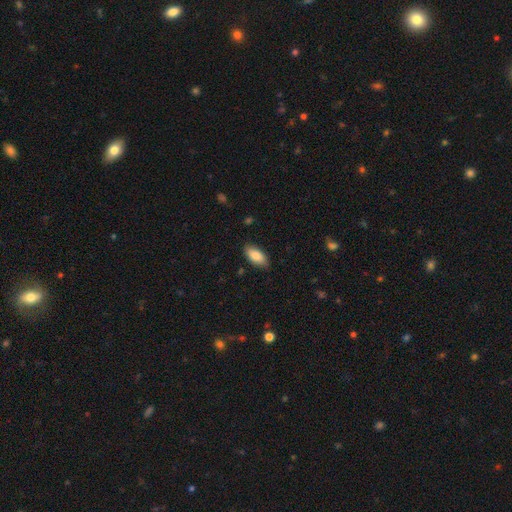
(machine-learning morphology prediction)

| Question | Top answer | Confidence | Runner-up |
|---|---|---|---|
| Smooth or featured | smooth | 84% | featured or disk (9%) |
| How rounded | in between | 91% | cigar-shaped (7%) |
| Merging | none | 85% | minor disturbance (12%) |